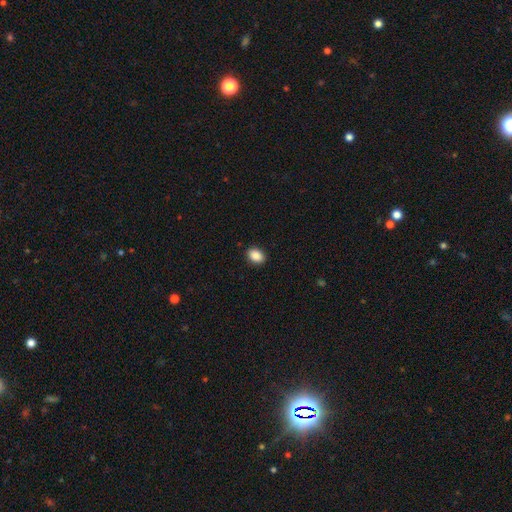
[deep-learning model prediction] Q: Smooth or featured?
A: smooth (88%); runner-up: star or artifact (8%)
Q: How rounded?
A: in between (73%); runner-up: round (26%)
Q: Merging?
A: none (91%); runner-up: minor disturbance (6%)